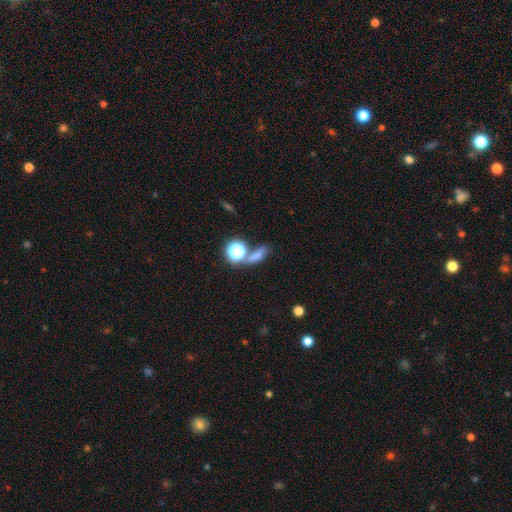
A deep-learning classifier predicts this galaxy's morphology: Smooth or featured?
  - smooth: 63% *
  - star or artifact: 25%
  - featured or disk: 12%
How rounded?
  - in between: 47% *
  - round: 30%
  - cigar-shaped: 23%
Merging?
  - none: 50% *
  - merger: 29%
  - minor disturbance: 13%
  - major disturbance: 8%